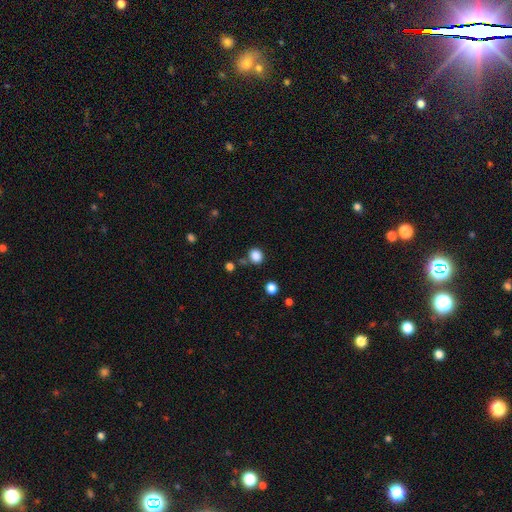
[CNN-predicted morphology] A smooth galaxy with no disk features (85%) that is round (73%). Merging: none (74%).